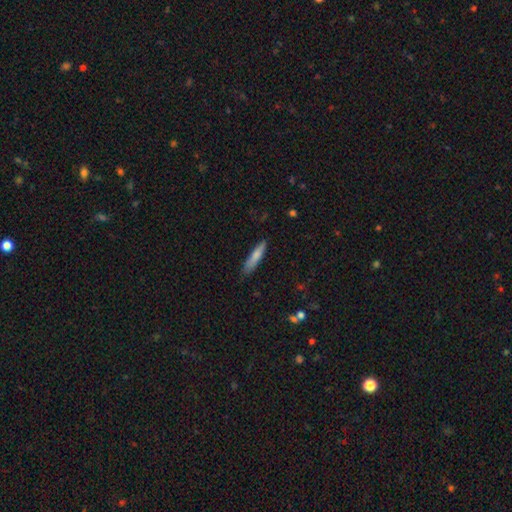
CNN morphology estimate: A smooth galaxy with no disk features (76%) that is cigar-shaped (83%). Merging: none (78%).